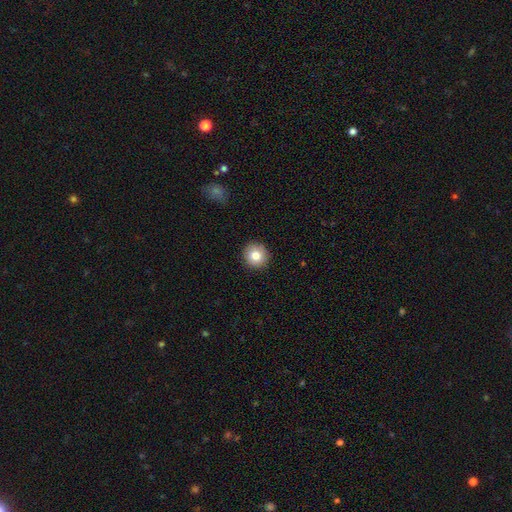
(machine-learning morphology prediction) The model was most divided on "smooth or featured": smooth: 81%, featured or disk: 10%, star or artifact: 9%. More confident: how rounded — round (93%); merging — none (91%).